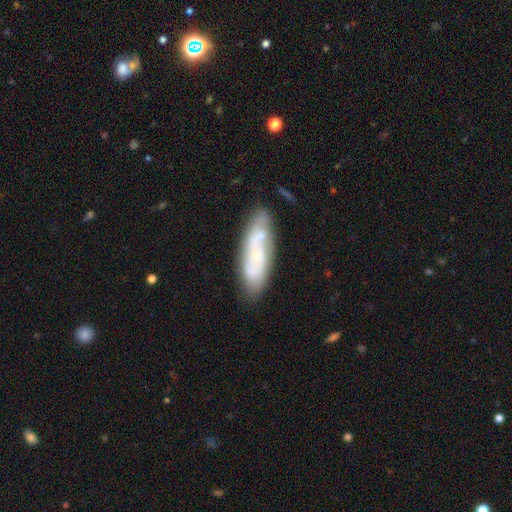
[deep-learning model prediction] Smooth or featured? Predicted: featured or disk (p=0.58). Edge-on disk? Predicted: no (p=0.84). Merging? Predicted: none (p=0.71).